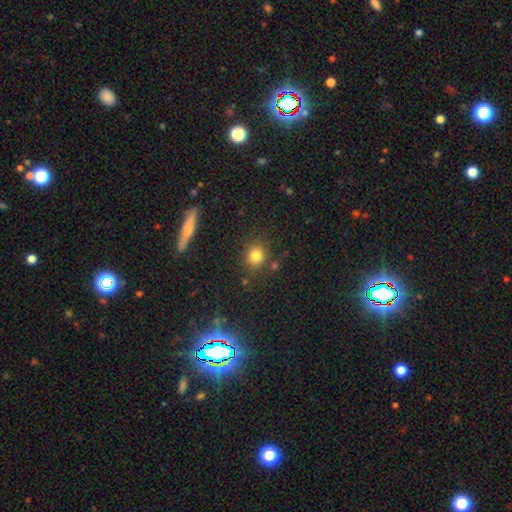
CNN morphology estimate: This is likely a smooth galaxy (79%). How rounded: clearly round (81%). Merging: clearly none (81%).